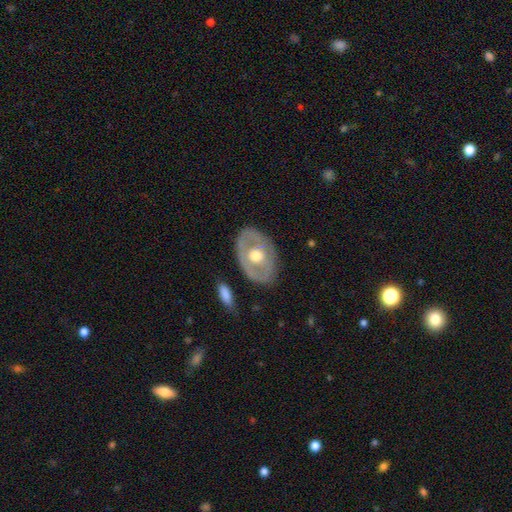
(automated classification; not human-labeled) featured or disk 60%, smooth 35%, star or artifact 5%. Down the decision tree: edge-on disk — no (91%); bar — no (83%); spiral arms — no (80%); bulge size — moderate (72%); merging — none (77%).